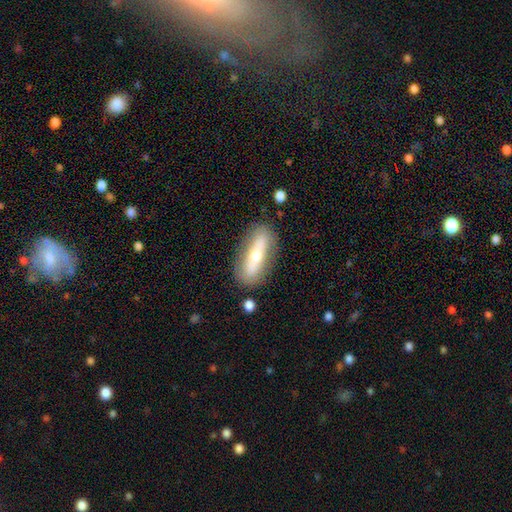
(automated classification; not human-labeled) Smooth or featured: smooth — 47% (featured or disk — 46%)
Merging: none — 82% (minor disturbance — 12%)